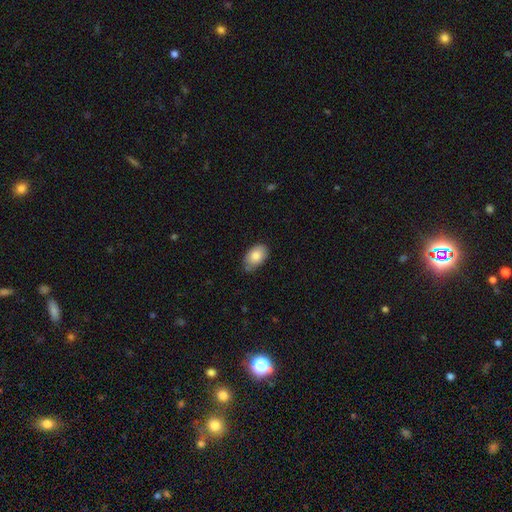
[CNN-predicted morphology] smooth 83%, featured or disk 10%, star or artifact 7%. Down the decision tree: how rounded — in between (90%); merging — none (72%).